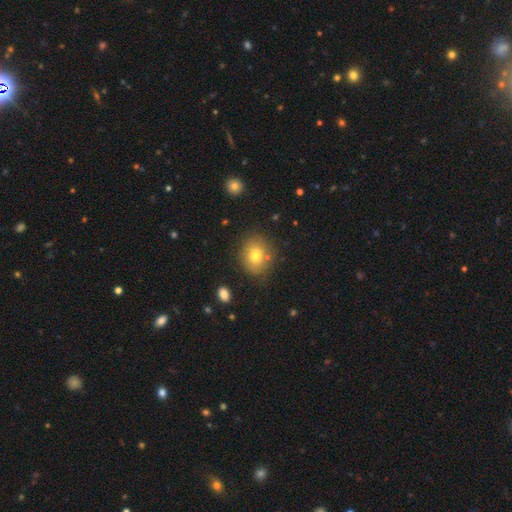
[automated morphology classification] smooth-or-featured: smooth: 75% | featured or disk: 14% | star or artifact: 12%
  how-rounded: round: 64% | in between: 35% | cigar-shaped: 1%
  merging: none: 79% | minor disturbance: 12% | merger: 5% | major disturbance: 4%